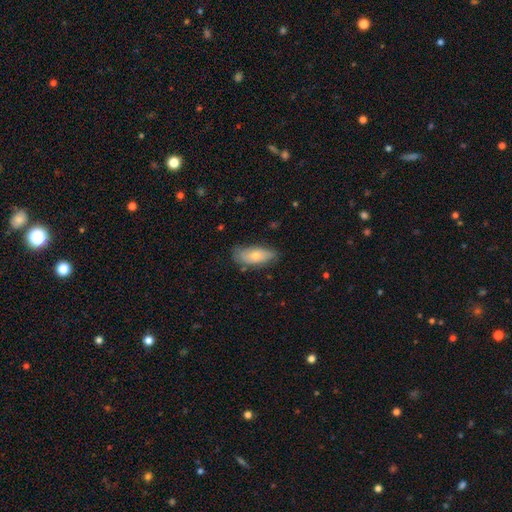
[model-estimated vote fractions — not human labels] Q: Smooth or featured?
A: smooth (65%); runner-up: featured or disk (28%)
Q: How rounded?
A: in between (83%); runner-up: cigar-shaped (14%)
Q: Merging?
A: none (72%); runner-up: minor disturbance (22%)